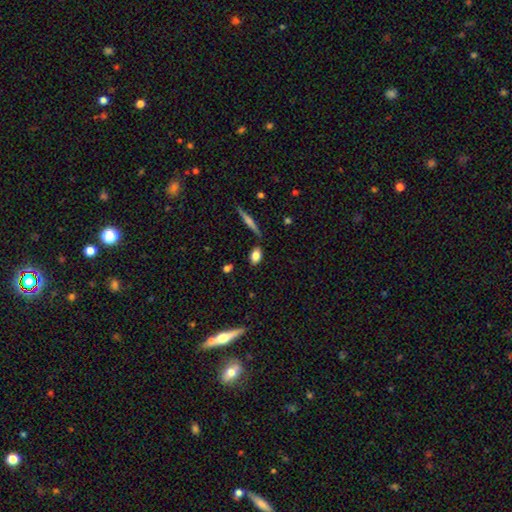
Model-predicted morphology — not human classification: Smooth or featured? Predicted: smooth (p=0.81). How rounded? Predicted: in between (p=0.85). Merging? Predicted: none (p=0.79).